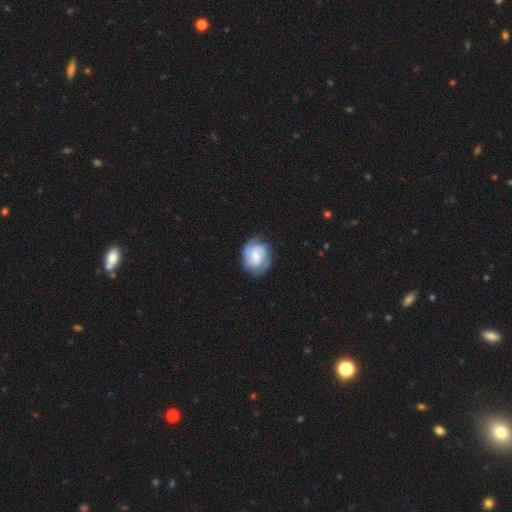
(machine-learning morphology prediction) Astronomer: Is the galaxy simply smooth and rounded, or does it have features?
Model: featured or disk — 72%.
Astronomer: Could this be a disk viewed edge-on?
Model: no — 98%.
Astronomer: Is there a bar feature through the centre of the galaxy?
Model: no — 47% (runner-up: weak, 43%).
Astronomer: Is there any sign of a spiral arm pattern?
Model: yes — 93%.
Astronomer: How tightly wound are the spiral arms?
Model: tight — 55% (runner-up: medium, 35%).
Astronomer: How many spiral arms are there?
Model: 2 — 62%.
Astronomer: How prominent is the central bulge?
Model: moderate — 46% (runner-up: small, 43%).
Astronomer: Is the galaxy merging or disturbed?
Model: none — 76%.